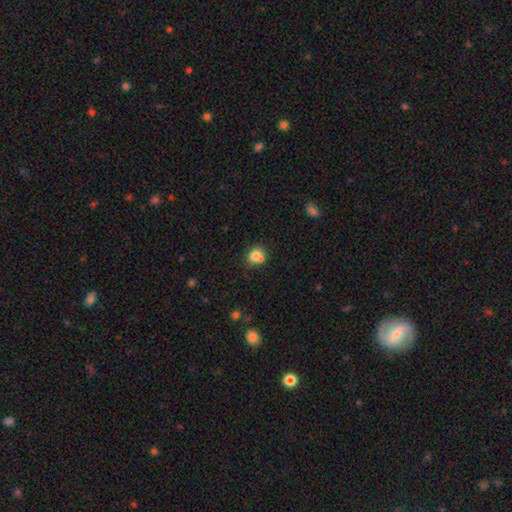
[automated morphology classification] A smooth galaxy with no disk features (78%) that is round (77%).

Vote fractions:
- Smooth or featured? smooth: 78% / featured or disk: 11% / star or artifact: 11%
- How rounded? round: 77% / in between: 22% / cigar-shaped: 1%
- Merging? none: 52% / merger: 31% / minor disturbance: 13% / major disturbance: 4%